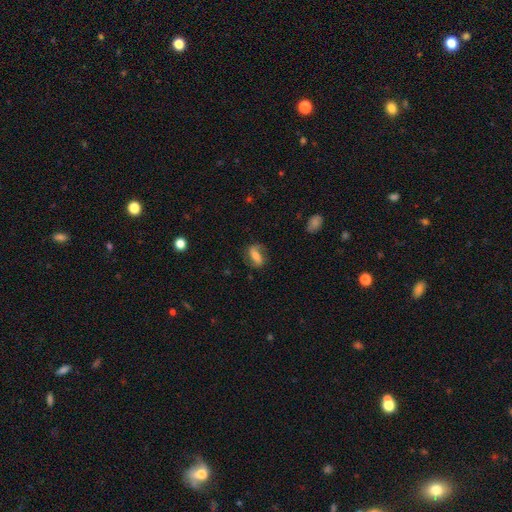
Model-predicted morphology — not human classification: This appears to be a featured or disk galaxy (57%) with a strong bar (50%), spiral arms (82%) and a moderate central bulge (48%). Merging: none (75%).